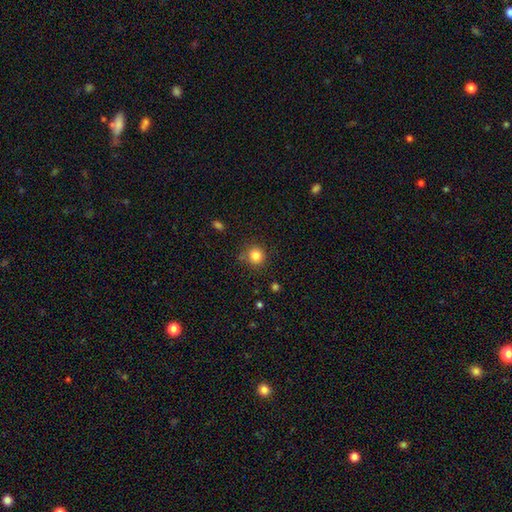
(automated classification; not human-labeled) Smooth or featured? smooth (83%)
How rounded? round (91%)
Merging? none (81%)